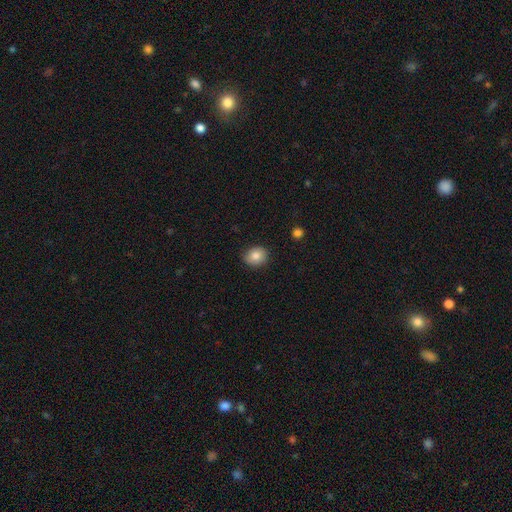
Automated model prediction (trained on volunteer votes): smooth_or_featured: smooth (p=0.84) [alt: star or artifact p=0.09]
how_rounded: round (p=0.68) [alt: in between p=0.31]
merging: none (p=0.87) [alt: minor disturbance p=0.09]